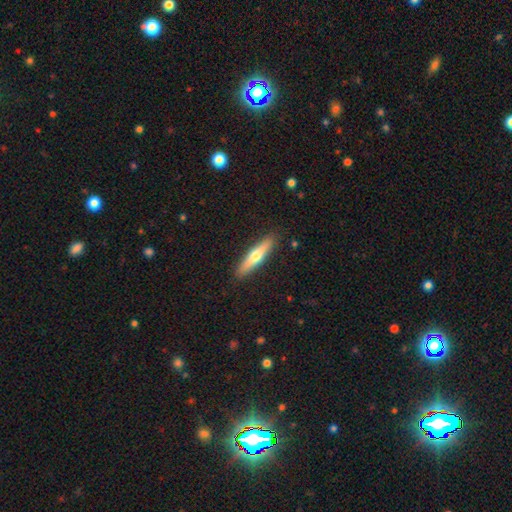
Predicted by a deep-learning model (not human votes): smooth_or_featured: smooth (p=0.50) [alt: featured or disk p=0.45]
merging: none (p=0.90) [alt: minor disturbance p=0.08]